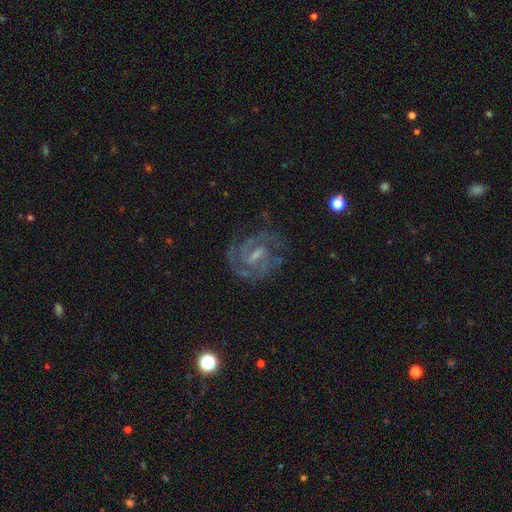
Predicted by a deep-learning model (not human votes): The model was most divided on "spiral winding": tight: 48%, medium: 44%, loose: 8%. Remaining: edge-on disk — no (97%); spiral arms — yes (96%); smooth or featured — featured or disk (87%); merging — none (72%); spiral arm count — 2 (57%); bar — weak (53%); bulge size — small (48%).